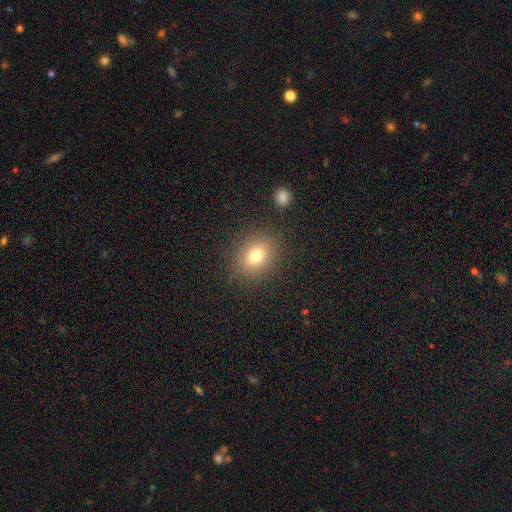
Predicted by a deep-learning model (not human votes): Smooth or featured?
  - smooth: 76% *
  - star or artifact: 13%
  - featured or disk: 11%
How rounded?
  - round: 57% *
  - in between: 42%
  - cigar-shaped: 1%
Merging?
  - none: 86% *
  - minor disturbance: 9%
  - major disturbance: 4%
  - merger: 2%